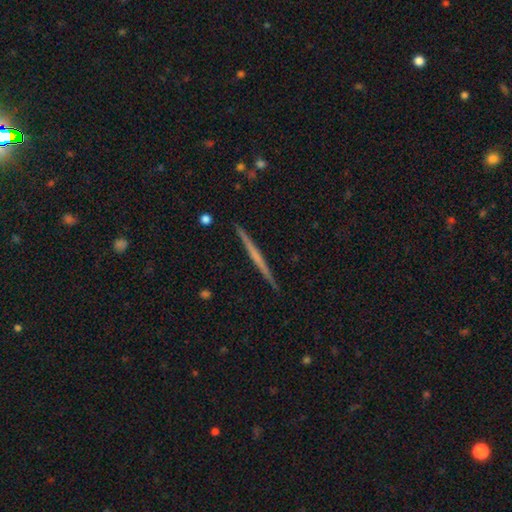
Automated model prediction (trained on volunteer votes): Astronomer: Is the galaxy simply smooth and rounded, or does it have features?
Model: featured or disk — 63%.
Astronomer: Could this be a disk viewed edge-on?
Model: yes — 98%.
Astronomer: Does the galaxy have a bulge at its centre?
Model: none — 82%.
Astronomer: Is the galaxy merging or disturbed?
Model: none — 93%.